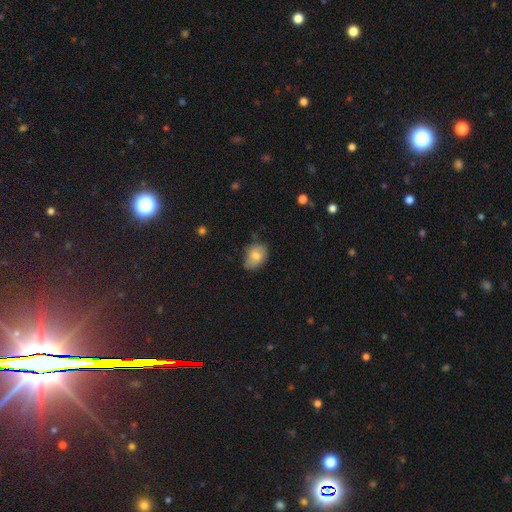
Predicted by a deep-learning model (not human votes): Smooth or featured? Predicted: smooth (p=0.75). How rounded? Predicted: in between (p=0.75). Merging? Predicted: none (p=0.63).